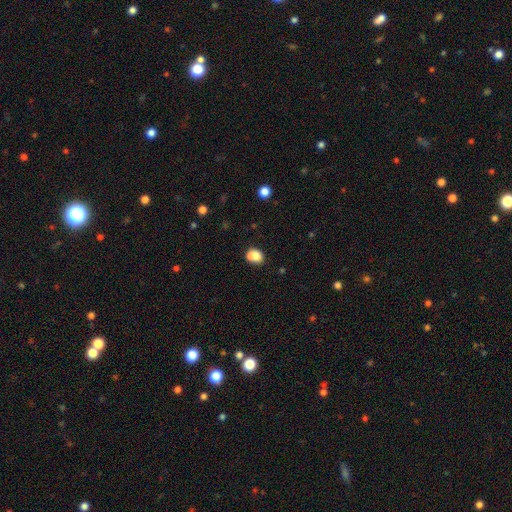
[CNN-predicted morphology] Smooth or featured? Predicted: smooth (p=0.77). How rounded? Predicted: in between (p=0.54). Merging? Predicted: merger (p=0.44).